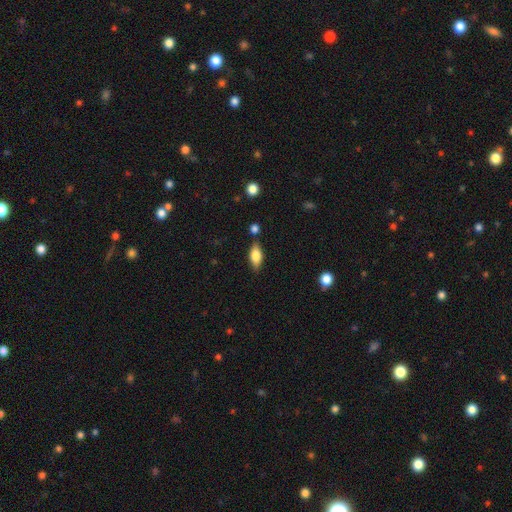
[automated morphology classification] A smooth galaxy with no disk features (73%) that is in between round and cigar-shaped (83%).

Vote fractions:
- Smooth or featured? smooth: 73% / featured or disk: 20% / star or artifact: 7%
- How rounded? in between: 83% / cigar-shaped: 13% / round: 4%
- Merging? none: 77% / minor disturbance: 14% / merger: 5% / major disturbance: 3%